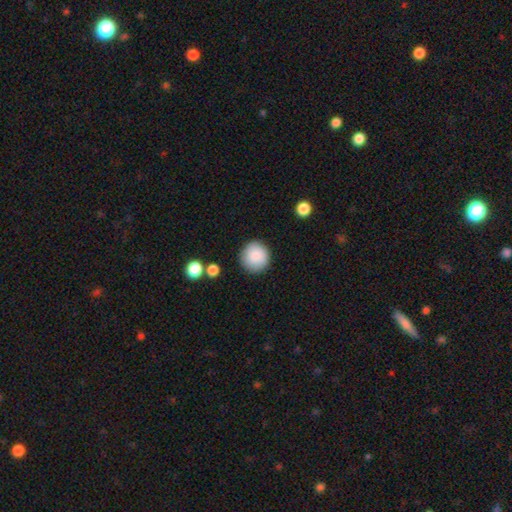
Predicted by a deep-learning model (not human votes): Q: Smooth or featured?
A: smooth (87%); runner-up: star or artifact (7%)
Q: How rounded?
A: round (93%); runner-up: in between (6%)
Q: Merging?
A: none (88%); runner-up: minor disturbance (8%)